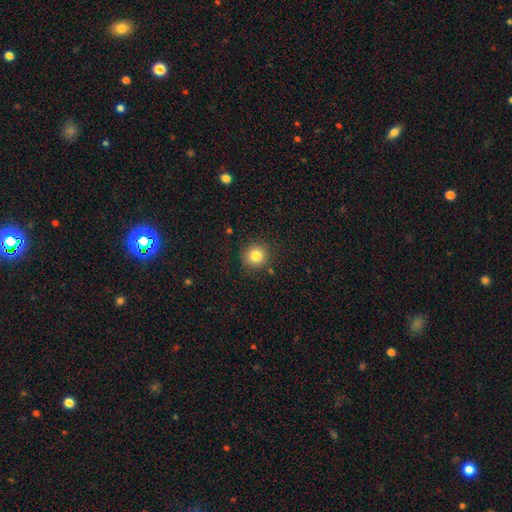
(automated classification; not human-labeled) A smooth galaxy with no disk features (83%) that is round (89%).

Vote fractions:
- Smooth or featured? smooth: 83% / star or artifact: 11% / featured or disk: 6%
- How rounded? round: 89% / in between: 10% / cigar-shaped: 1%
- Merging? none: 85% / minor disturbance: 10% / major disturbance: 3% / merger: 2%